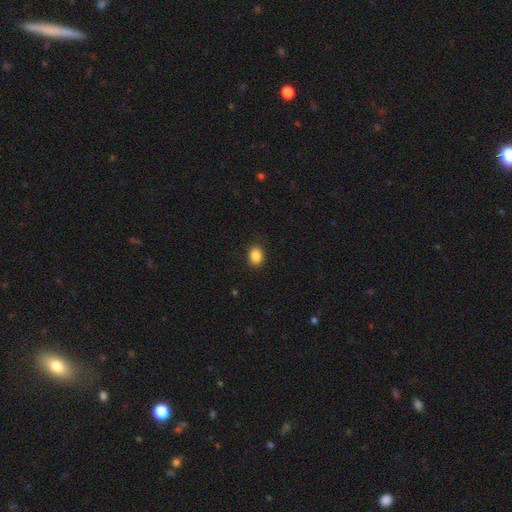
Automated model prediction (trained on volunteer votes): Smooth or featured?
  - smooth: 87% *
  - star or artifact: 10%
  - featured or disk: 4%
How rounded?
  - round: 52% *
  - in between: 48%
  - cigar-shaped: 1%
Merging?
  - none: 90% *
  - minor disturbance: 7%
  - major disturbance: 2%
  - merger: 1%